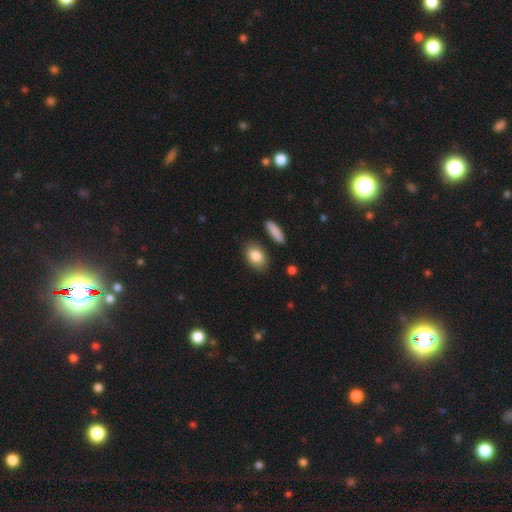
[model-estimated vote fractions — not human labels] Smooth or featured?
  - smooth: 84% *
  - featured or disk: 9%
  - star or artifact: 7%
How rounded?
  - in between: 85% *
  - round: 12%
  - cigar-shaped: 3%
Merging?
  - none: 83% *
  - minor disturbance: 11%
  - merger: 4%
  - major disturbance: 3%